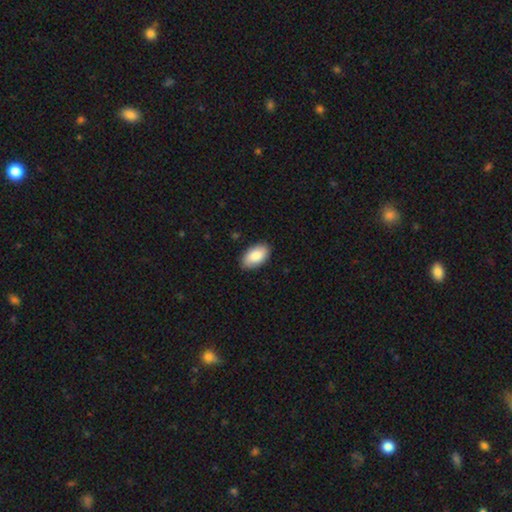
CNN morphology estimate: This appears to be a smooth galaxy with no disk features (88%) that is in between round and cigar-shaped (95%). Merging: none (87%).